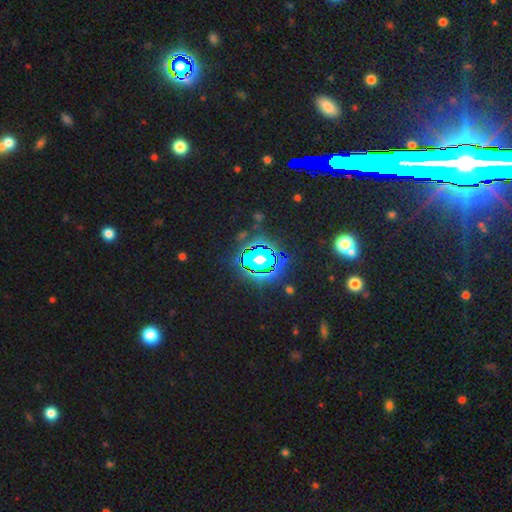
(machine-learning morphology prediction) Smooth or featured: star or artifact — 80% (smooth — 11%)